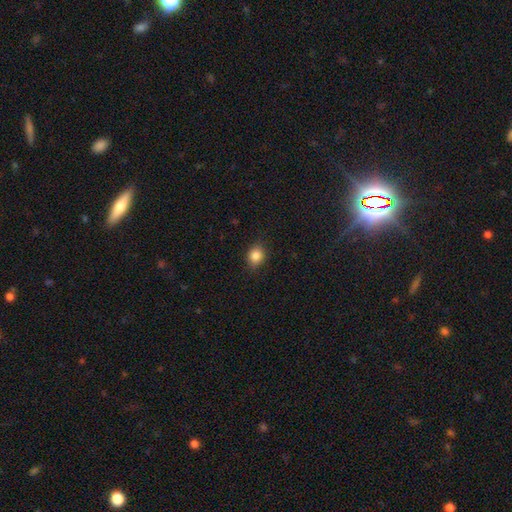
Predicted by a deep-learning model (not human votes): smooth_or_featured: smooth (p=0.85) [alt: star or artifact p=0.10]
how_rounded: round (p=0.56) [alt: in between p=0.43]
merging: none (p=0.86) [alt: minor disturbance p=0.11]